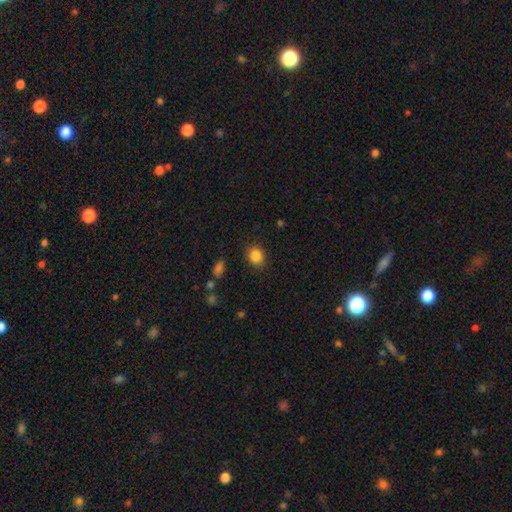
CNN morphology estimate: The model was most divided on "how rounded": round: 59%, in between: 40%, cigar-shaped: 1%. More confident: merging — none (87%); smooth or featured — smooth (86%).